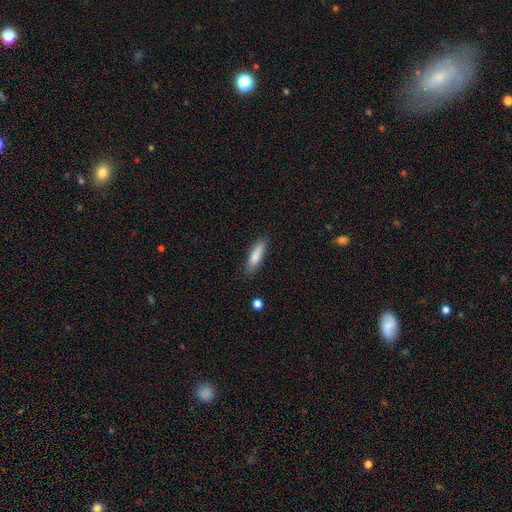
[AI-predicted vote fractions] smooth_or_featured: smooth (p=0.83) [alt: featured or disk p=0.11]
how_rounded: cigar-shaped (p=0.64) [alt: in between p=0.34]
merging: none (p=0.82) [alt: minor disturbance p=0.13]